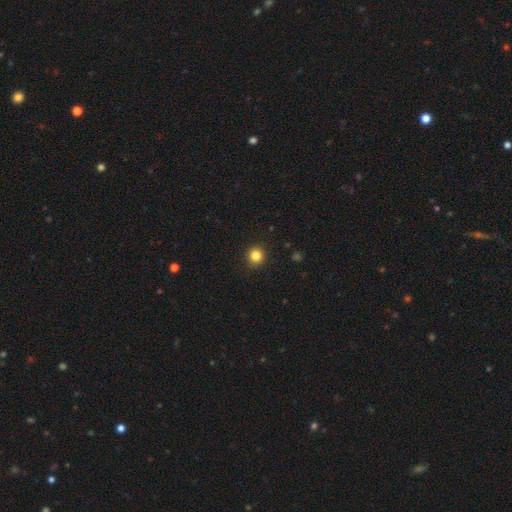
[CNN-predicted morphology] Smooth or featured? smooth (84%)
How rounded? round (94%)
Merging? none (92%)